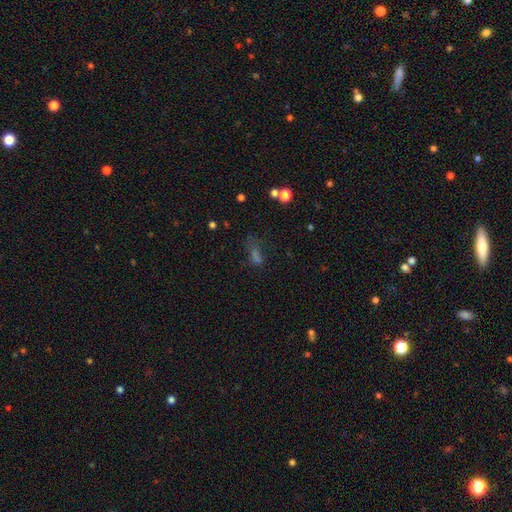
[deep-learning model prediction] This is possibly a smooth galaxy (50%). How rounded: likely in between (67%). Merging: marginally none (44%).